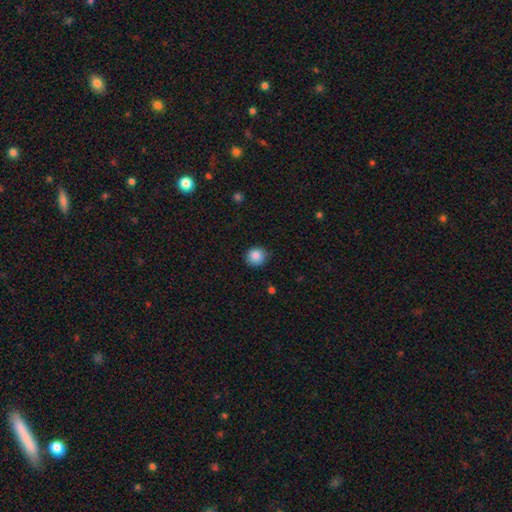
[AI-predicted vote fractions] smooth-or-featured: smooth: 87% | star or artifact: 9% | featured or disk: 4%
  how-rounded: round: 88% | in between: 11% | cigar-shaped: 1%
  merging: none: 86% | minor disturbance: 10% | major disturbance: 2% | merger: 1%